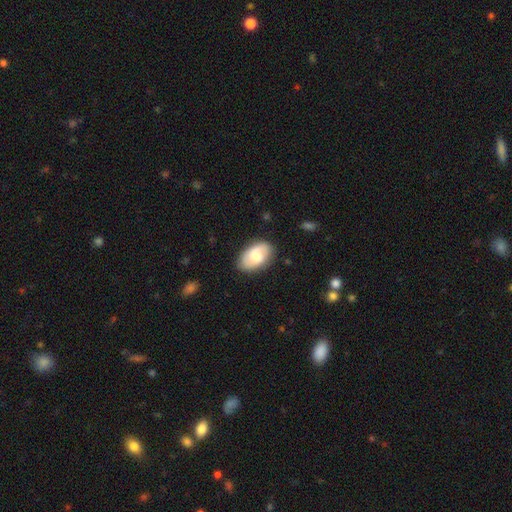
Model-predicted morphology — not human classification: smooth_or_featured: smooth (p=0.61) [alt: featured or disk p=0.32]
how_rounded: in between (p=0.92) [alt: round p=0.07]
merging: none (p=0.79) [alt: minor disturbance p=0.16]